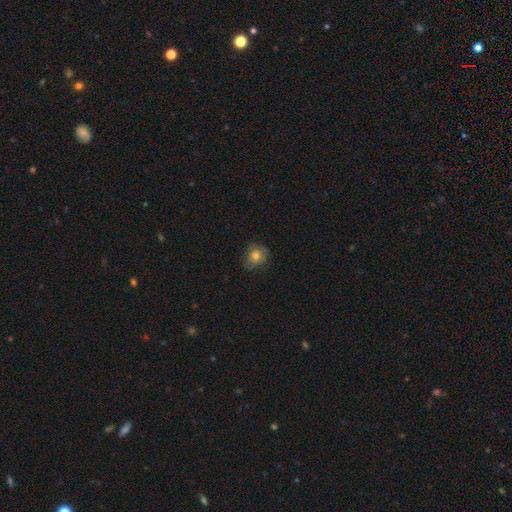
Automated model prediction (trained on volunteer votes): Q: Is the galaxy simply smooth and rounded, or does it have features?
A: smooth — 71%.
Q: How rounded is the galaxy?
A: round — 65%.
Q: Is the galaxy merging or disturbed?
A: none — 62%.